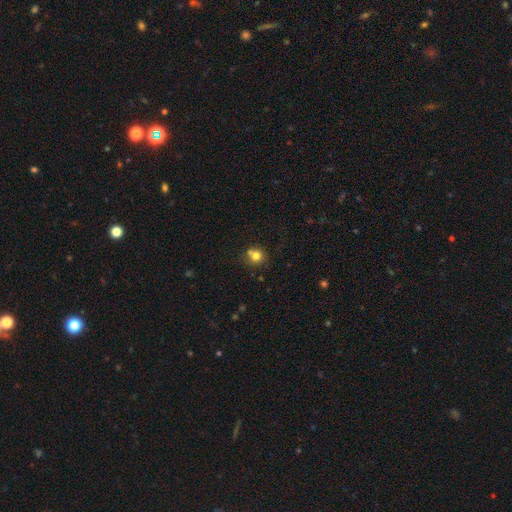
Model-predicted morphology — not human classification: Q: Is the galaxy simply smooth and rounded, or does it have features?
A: smooth — 77%.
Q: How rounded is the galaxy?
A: round — 87%.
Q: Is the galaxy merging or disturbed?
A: none — 62%.